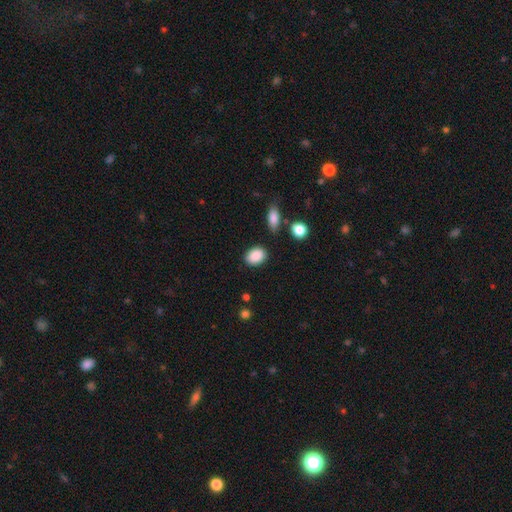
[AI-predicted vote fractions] A smooth galaxy with no disk features (89%) that is in between round and cigar-shaped (74%). Merging: none (82%).